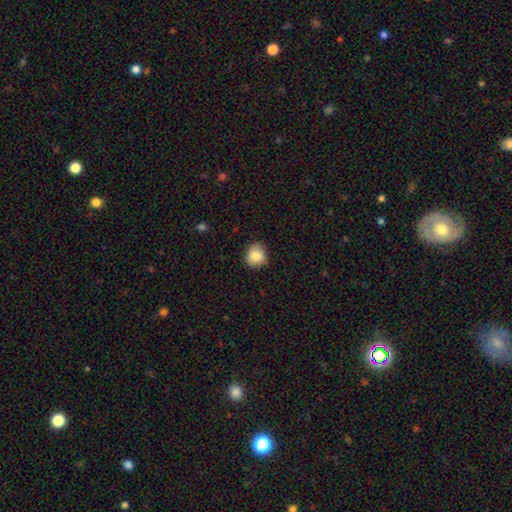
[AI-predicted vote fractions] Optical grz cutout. It shows a smooth galaxy with no disk features (83%) that is round (80%). Merging: none (77%).